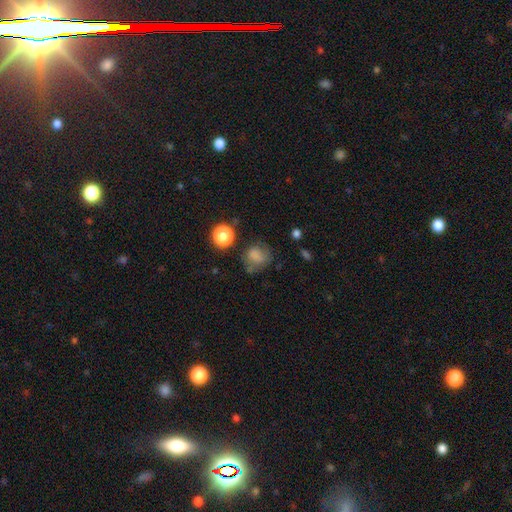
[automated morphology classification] type=smooth (71%); roundness=round (69%); merging=none (53%).